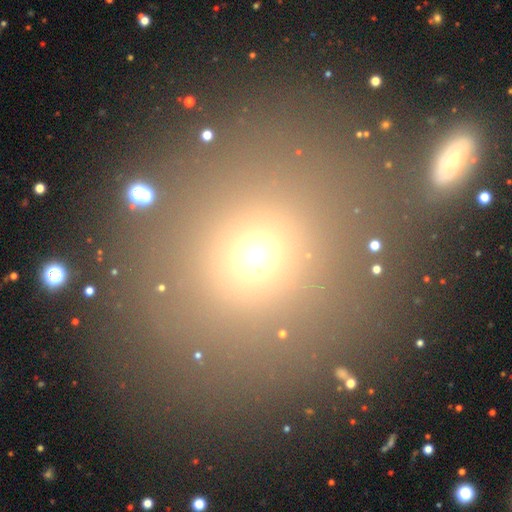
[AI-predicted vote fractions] Smooth or featured?
  - smooth: 61% *
  - star or artifact: 30%
  - featured or disk: 9%
How rounded?
  - round: 84% *
  - in between: 14%
  - cigar-shaped: 1%
Merging?
  - none: 75% *
  - merger: 10%
  - minor disturbance: 9%
  - major disturbance: 6%